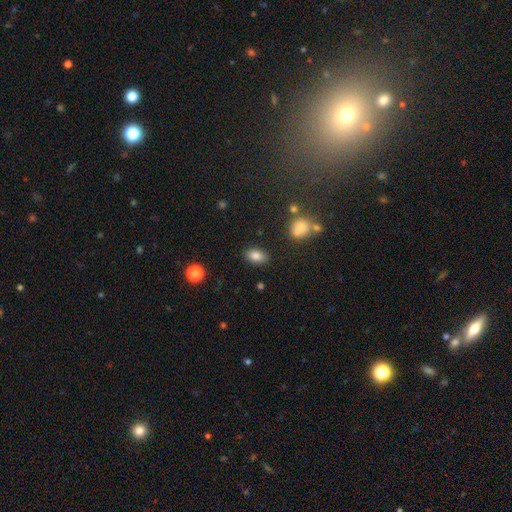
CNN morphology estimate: type=smooth (83%); roundness=in between (86%); merging=none (85%).